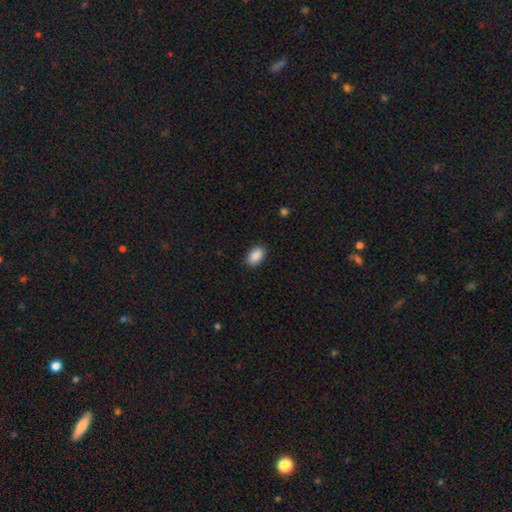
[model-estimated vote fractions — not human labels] smooth 90%, star or artifact 7%, featured or disk 3%. Down the decision tree: how rounded — in between (92%); merging — none (89%).